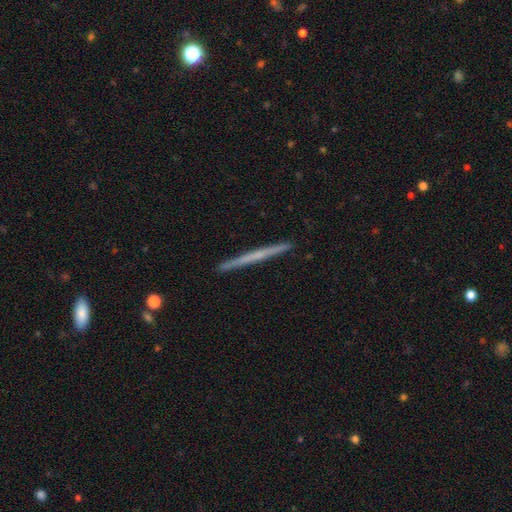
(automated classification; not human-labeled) This appears to be a featured or disk galaxy (55%) viewed edge-on (98%) with no central bulge (84%). Merging: none (93%).